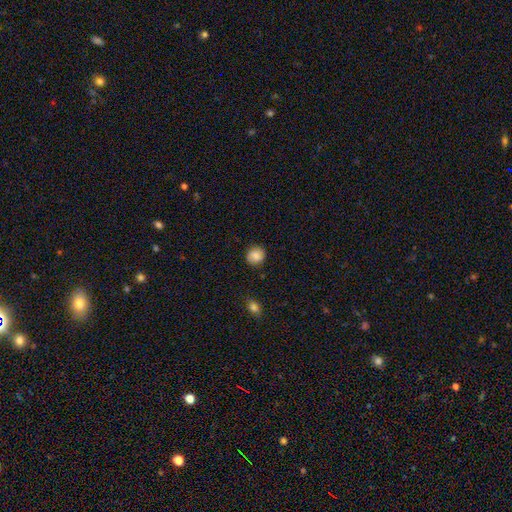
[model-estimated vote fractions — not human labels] smooth 83%, featured or disk 8%, star or artifact 8%. Down the decision tree: how rounded — round (80%); merging — none (85%).